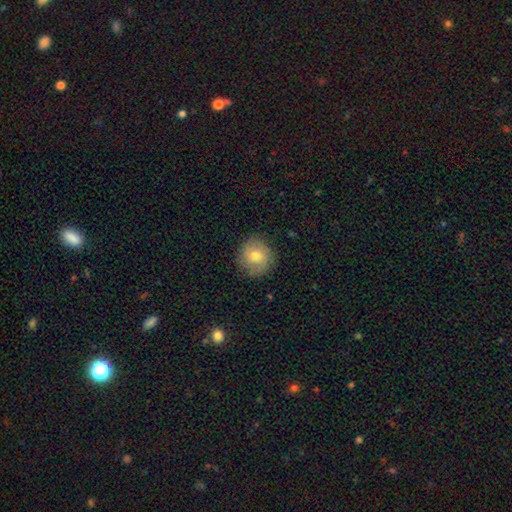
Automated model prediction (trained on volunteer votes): A smooth galaxy with no disk features (69%) that is round (91%).

Vote fractions:
- Smooth or featured? smooth: 69% / featured or disk: 23% / star or artifact: 8%
- How rounded? round: 91% / in between: 8% / cigar-shaped: 1%
- Merging? none: 83% / minor disturbance: 12% / major disturbance: 3% / merger: 1%